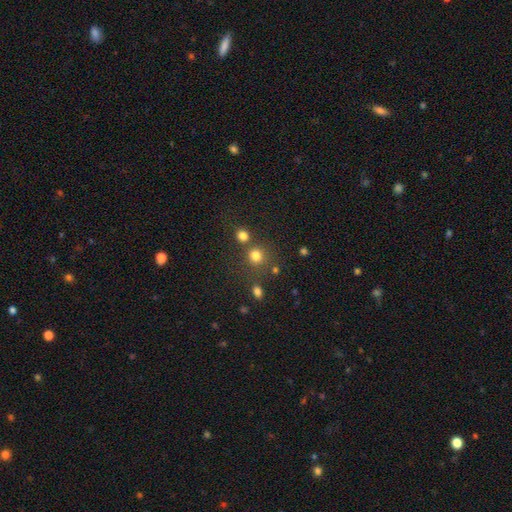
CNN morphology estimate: Smooth or featured? Predicted: smooth (p=0.77). How rounded? Predicted: round (p=0.87). Merging? Predicted: none (p=0.69).